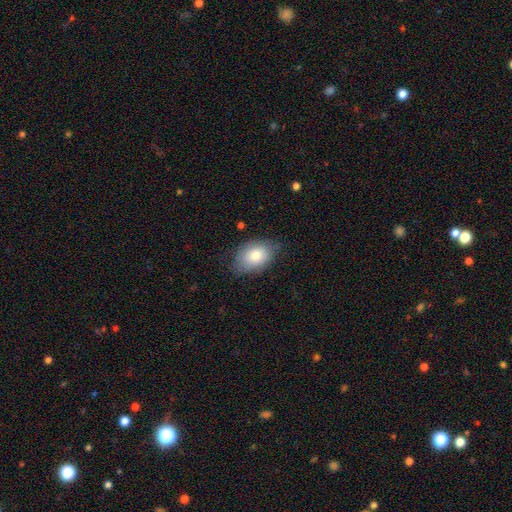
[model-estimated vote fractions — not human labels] smooth-or-featured: smooth: 77% | featured or disk: 15% | star or artifact: 8%
  how-rounded: in between: 83% | round: 16% | cigar-shaped: 1%
  merging: none: 73% | minor disturbance: 21% | major disturbance: 4% | merger: 1%